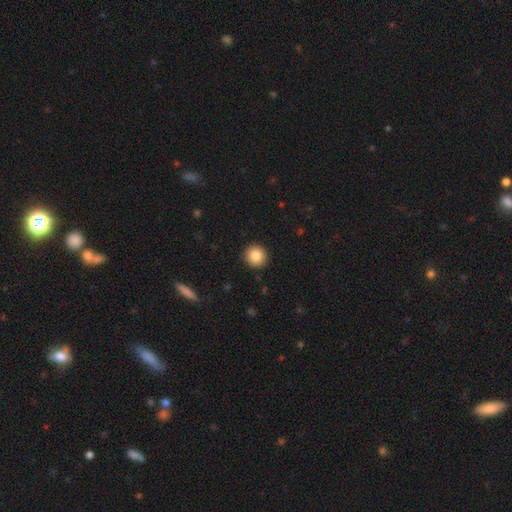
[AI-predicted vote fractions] Smooth or featured?
  - smooth: 84% *
  - star or artifact: 9%
  - featured or disk: 7%
How rounded?
  - round: 93% *
  - in between: 6%
  - cigar-shaped: 1%
Merging?
  - none: 92% *
  - minor disturbance: 5%
  - major disturbance: 2%
  - merger: 1%